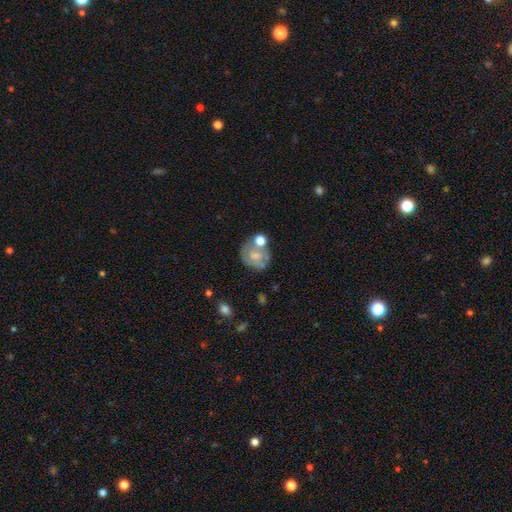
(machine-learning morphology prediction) This appears to be a smooth galaxy with no disk features (48%). Merging: none (45%).